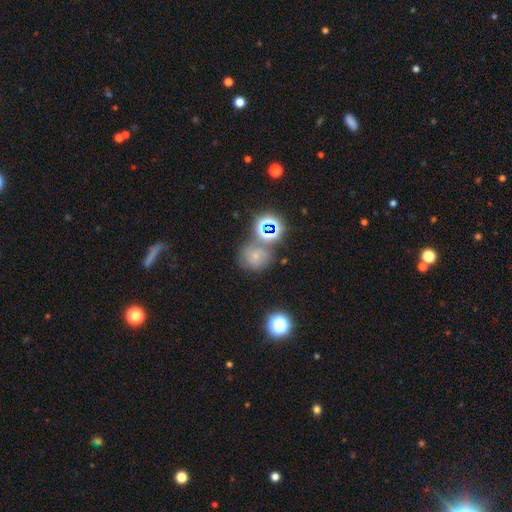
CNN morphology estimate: type=smooth (52%); roundness=round (85%); merging=none (57%).